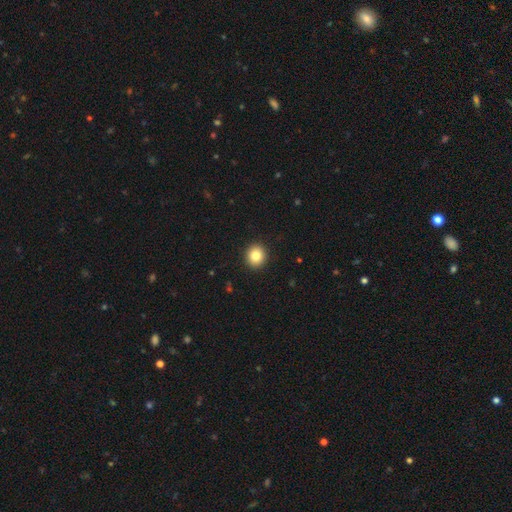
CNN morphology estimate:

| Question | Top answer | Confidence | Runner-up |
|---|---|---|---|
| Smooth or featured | smooth | 84% | star or artifact (10%) |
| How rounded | round | 88% | in between (11%) |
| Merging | none | 93% | minor disturbance (5%) |